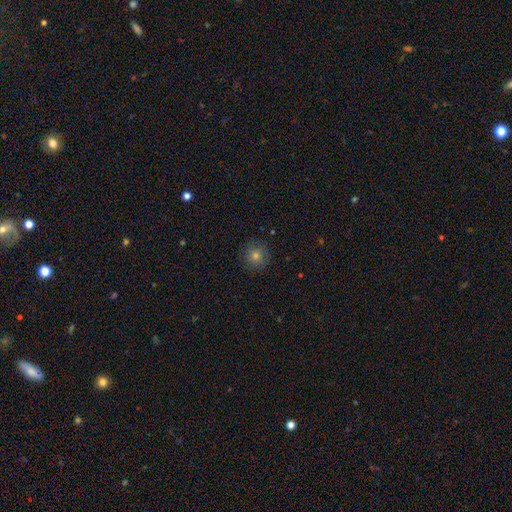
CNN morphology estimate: A smooth galaxy with no disk features (75%) that is round (93%). Merging: none (90%).